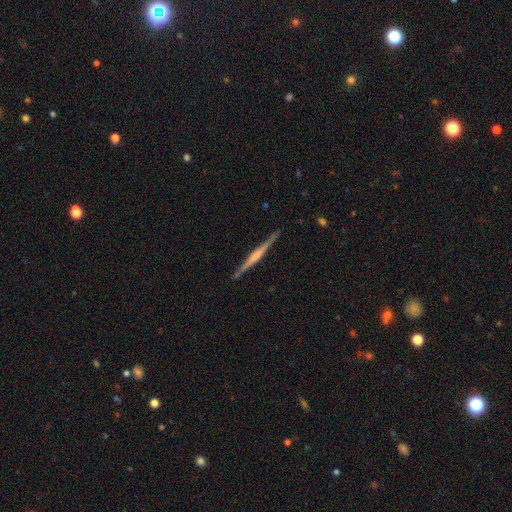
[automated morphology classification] Q: Smooth or featured?
A: featured or disk (74%); runner-up: smooth (21%)
Q: Edge-on disk?
A: yes (98%); runner-up: no (2%)
Q: Edge-on bulge?
A: rounded (40%); runner-up: boxy (35%)
Q: Merging?
A: none (89%); runner-up: minor disturbance (8%)